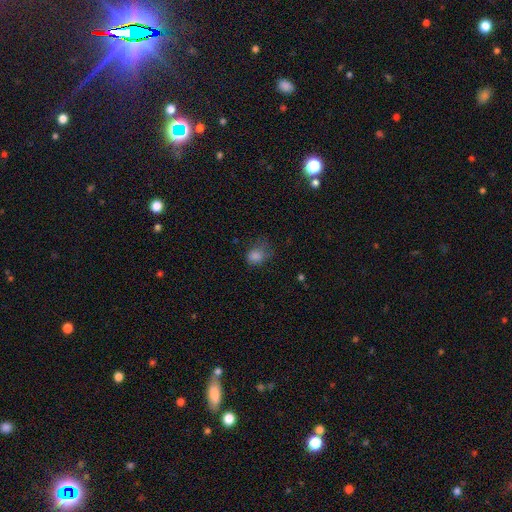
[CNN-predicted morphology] Overall: smooth (79%). How rounded: in between (50%; round 49%). Merging: none (43%; minor disturbance 32%).